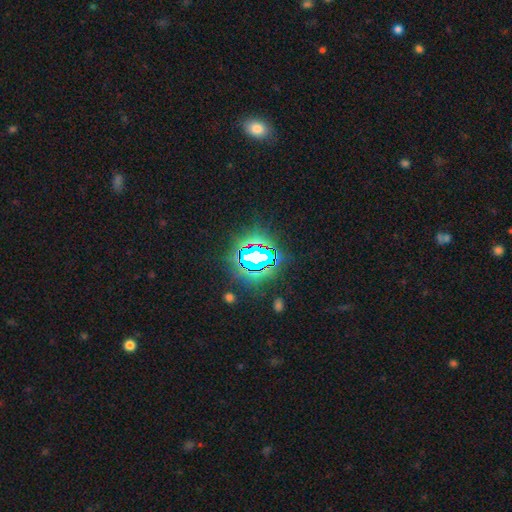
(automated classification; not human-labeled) A star or artifact, not a galaxy (78%).